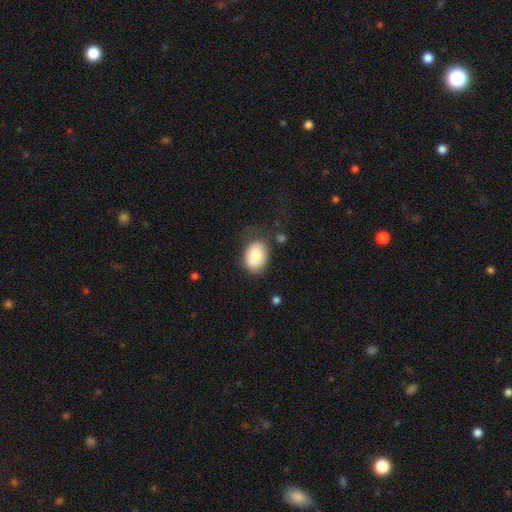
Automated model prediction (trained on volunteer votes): This appears to be a smooth galaxy with no disk features (79%) that is in between round and cigar-shaped (80%). Merging: none (65%).